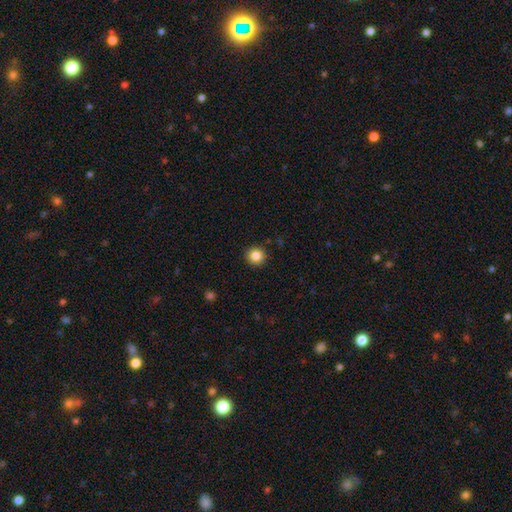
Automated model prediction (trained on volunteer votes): A smooth galaxy with no disk features (85%) that is round (95%).

Vote fractions:
- Smooth or featured? smooth: 85% / star or artifact: 10% / featured or disk: 5%
- How rounded? round: 95% / in between: 4% / cigar-shaped: 1%
- Merging? none: 93% / minor disturbance: 5% / major disturbance: 2% / merger: 1%